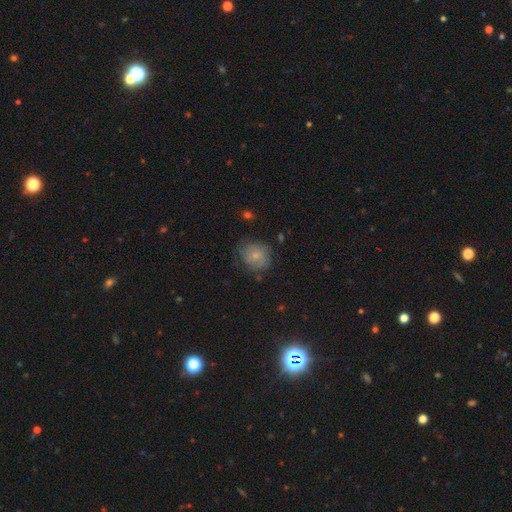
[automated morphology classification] This appears to be a smooth galaxy with no disk features (54%) that is round (74%). Merging: none (66%).